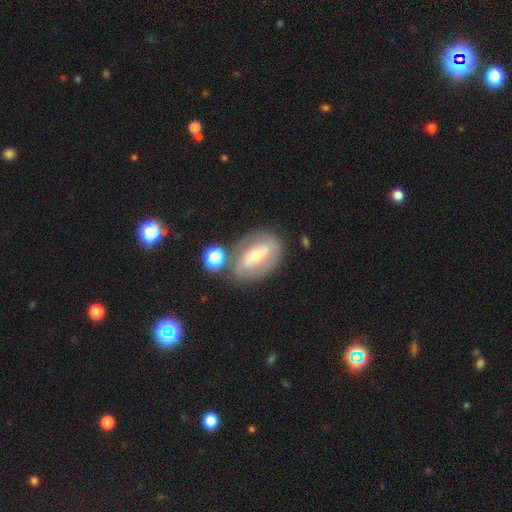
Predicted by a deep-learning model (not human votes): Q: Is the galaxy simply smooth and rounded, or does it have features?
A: featured or disk — 63%.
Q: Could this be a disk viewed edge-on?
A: no — 90%.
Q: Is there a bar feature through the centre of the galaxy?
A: strong — 44%.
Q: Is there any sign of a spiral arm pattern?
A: yes — 58%.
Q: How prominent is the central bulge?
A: moderate — 49%.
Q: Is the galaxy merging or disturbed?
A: none — 71%.